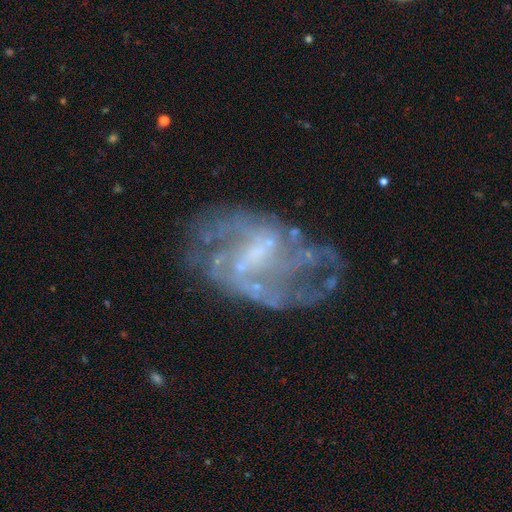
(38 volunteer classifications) Smooth or featured: featured or disk — 89% (smooth — 5%)
Edge-on disk: no — 100%
Bar: weak — 47% (no — 29%)
Spiral arms: yes — 71% (no — 29%)
Spiral winding: medium — 54% (loose — 25%)
Spiral arm count: 2 — 54% (can't tell — 33%)
Bulge size: small — 50% (moderate — 35%)
Merging: none — 61% (major disturbance — 22%)